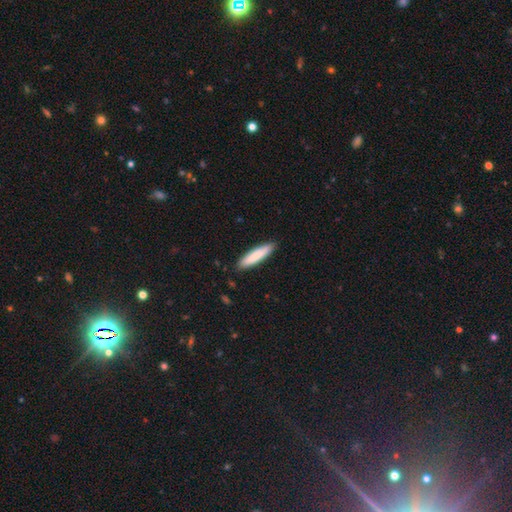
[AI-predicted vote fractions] Smooth or featured? smooth (85%)
How rounded? cigar-shaped (81%)
Merging? none (88%)